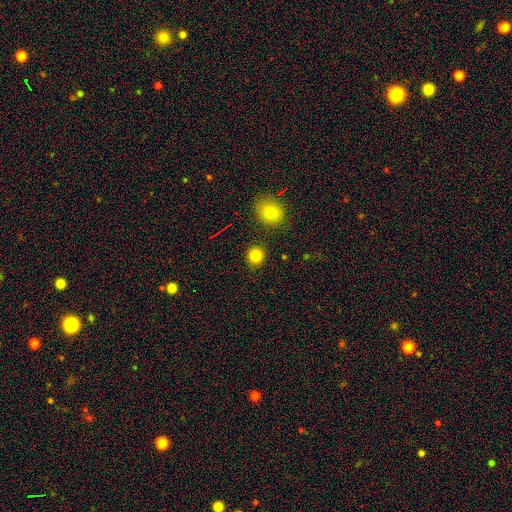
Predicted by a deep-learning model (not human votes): Q: Smooth or featured?
A: smooth (83%); runner-up: star or artifact (12%)
Q: How rounded?
A: round (87%); runner-up: in between (12%)
Q: Merging?
A: none (88%); runner-up: minor disturbance (7%)